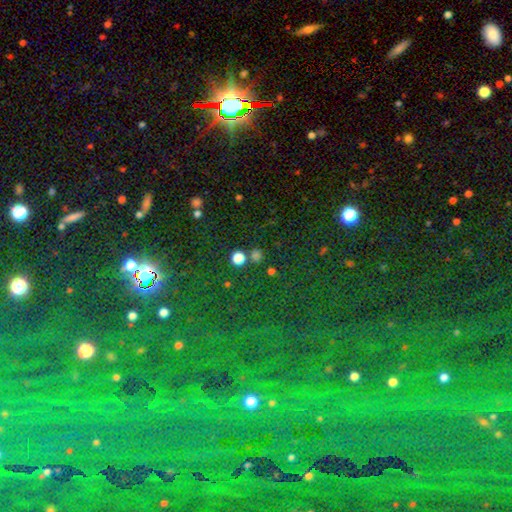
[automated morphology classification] Smooth or featured: smooth — 72% (star or artifact — 23%)
How rounded: round — 88% (in between — 11%)
Merging: none — 79% (merger — 10%)